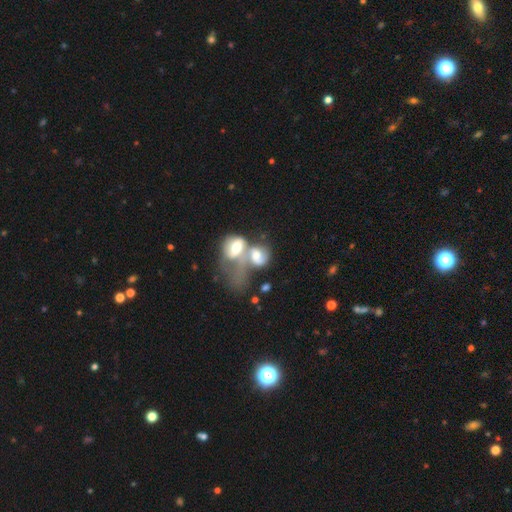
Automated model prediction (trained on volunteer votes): smooth-or-featured: smooth: 45% (tied) | featured or disk: 45% (tied) | star or artifact: 10%
  merging: merger: 79% | major disturbance: 11% | none: 6% | minor disturbance: 4%